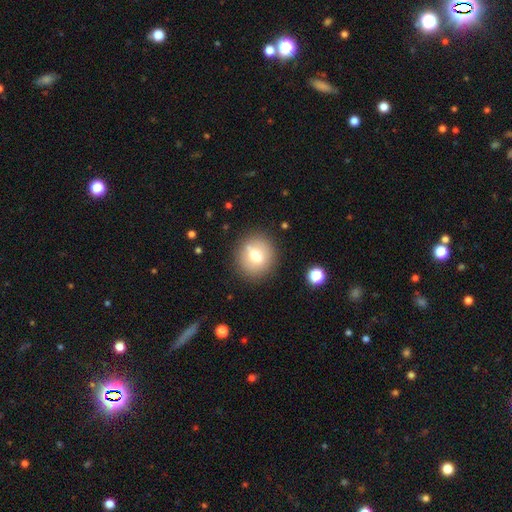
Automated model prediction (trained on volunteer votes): Smooth or featured? smooth (67%)
How rounded? round (84%)
Merging? none (82%)